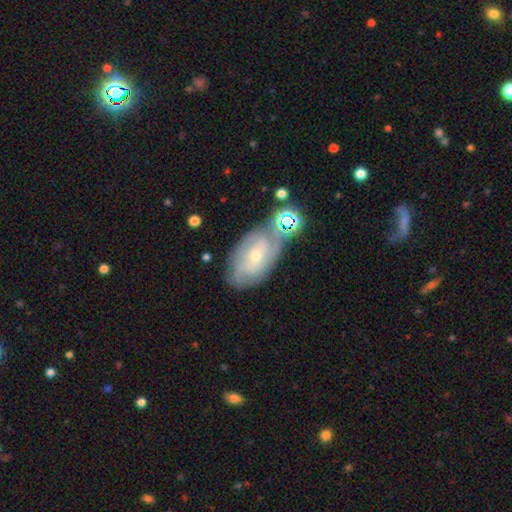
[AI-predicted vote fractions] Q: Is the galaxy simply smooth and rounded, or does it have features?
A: featured or disk — 70%.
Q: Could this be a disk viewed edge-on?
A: no — 94%.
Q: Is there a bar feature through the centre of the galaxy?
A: no — 67%.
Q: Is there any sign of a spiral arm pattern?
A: yes — 84%.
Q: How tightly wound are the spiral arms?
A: tight — 61%.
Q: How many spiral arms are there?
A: can't tell — 50%.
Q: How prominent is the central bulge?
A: small — 66%.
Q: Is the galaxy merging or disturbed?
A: none — 55%.